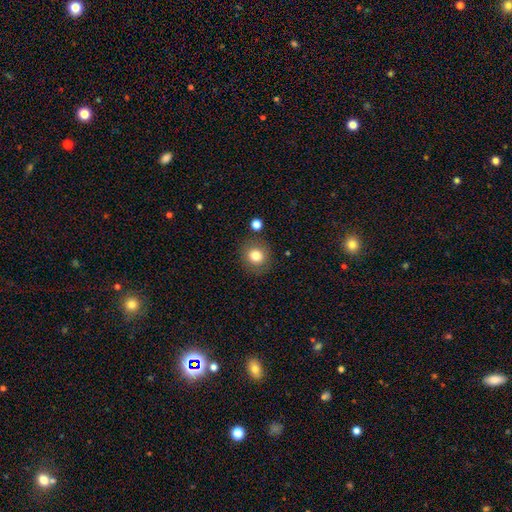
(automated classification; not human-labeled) Overall: smooth (80%). How rounded: round (85%). Merging: none (84%).